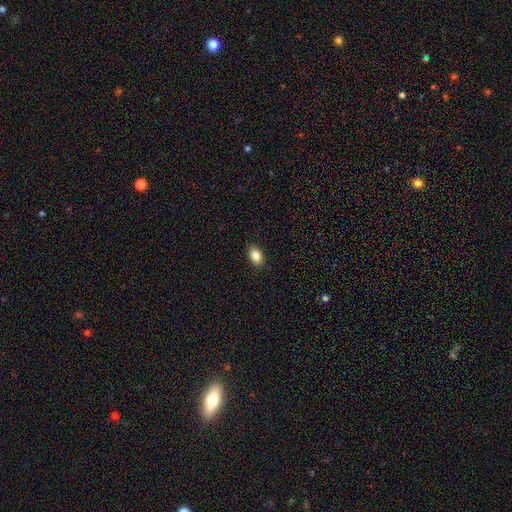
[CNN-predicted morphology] type=smooth (86%); roundness=in between (84%); merging=none (89%).